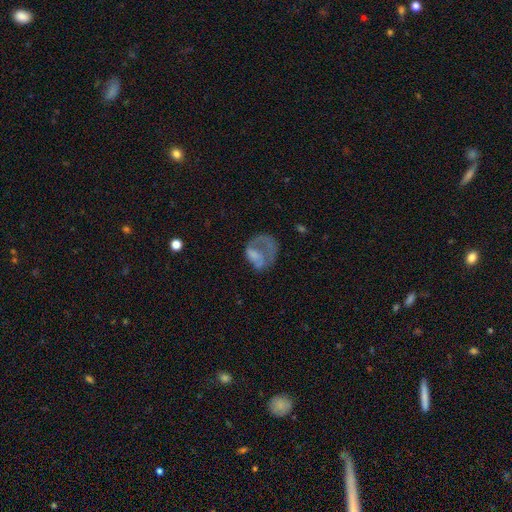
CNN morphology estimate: Q: Smooth or featured?
A: featured or disk (46%); runner-up: smooth (44%)
Q: Merging?
A: major disturbance (49%); runner-up: none (29%)